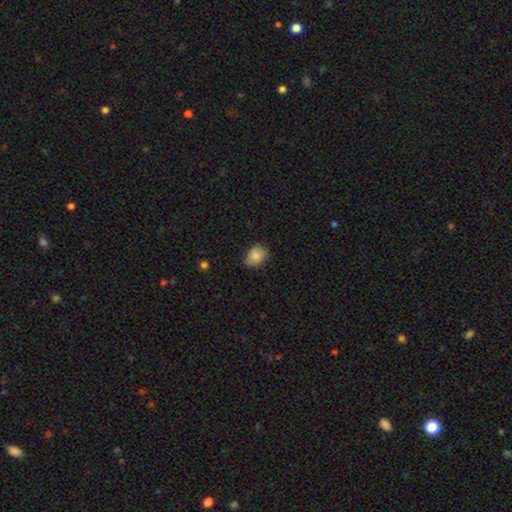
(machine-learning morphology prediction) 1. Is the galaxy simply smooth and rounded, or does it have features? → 84% smooth, 8% featured or disk, 8% star or artifact.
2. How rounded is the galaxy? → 63% in between, 36% round, 1% cigar-shaped.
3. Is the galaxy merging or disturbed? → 73% none, 23% minor disturbance, 3% major disturbance, 1% merger.